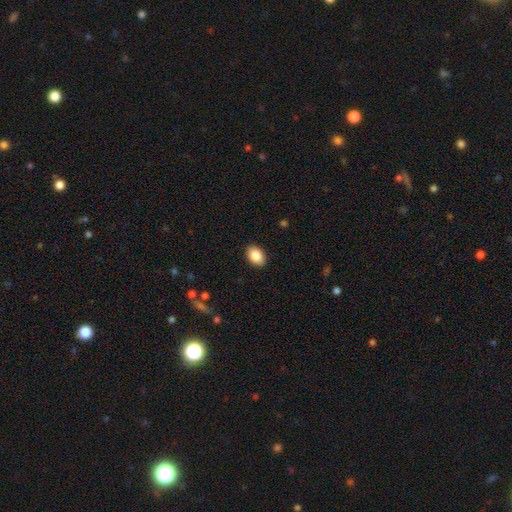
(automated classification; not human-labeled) Overall: smooth (87%). How rounded: in between (82%). Merging: none (89%).